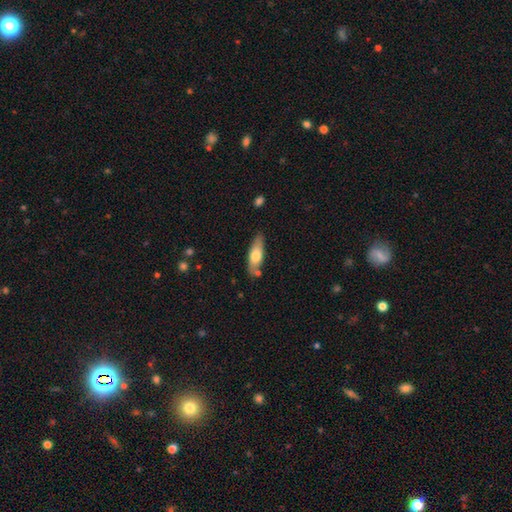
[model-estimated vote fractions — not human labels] smooth_or_featured: smooth (p=0.63) [alt: featured or disk p=0.31]
how_rounded: in between (p=0.58) [alt: cigar-shaped p=0.40]
merging: none (p=0.75) [alt: minor disturbance p=0.17]